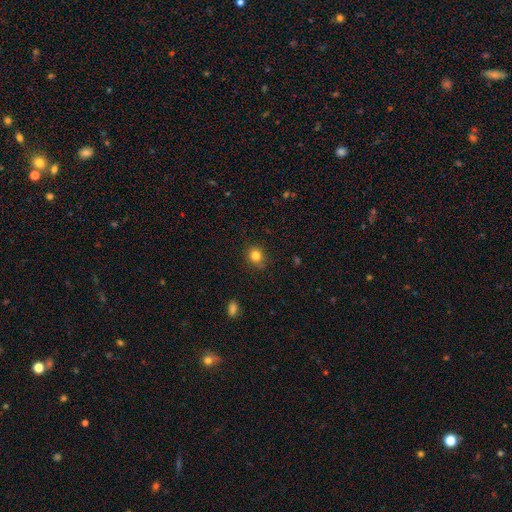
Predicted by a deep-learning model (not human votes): This appears to be a smooth galaxy with no disk features (82%) that is round (81%). Merging: none (84%).